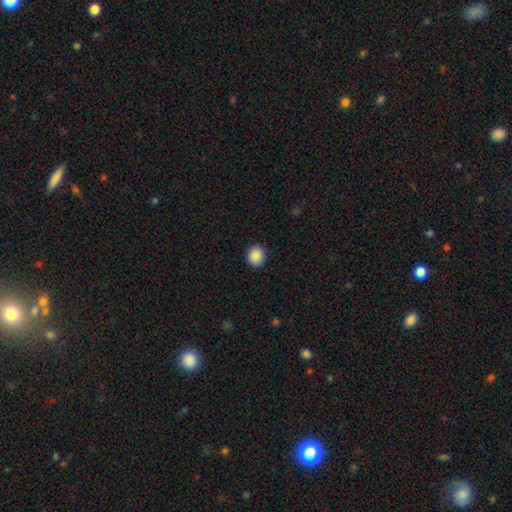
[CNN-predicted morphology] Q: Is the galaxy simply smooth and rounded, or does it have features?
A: smooth — 89%.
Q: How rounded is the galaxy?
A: round — 76%.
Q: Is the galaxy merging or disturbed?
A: none — 91%.